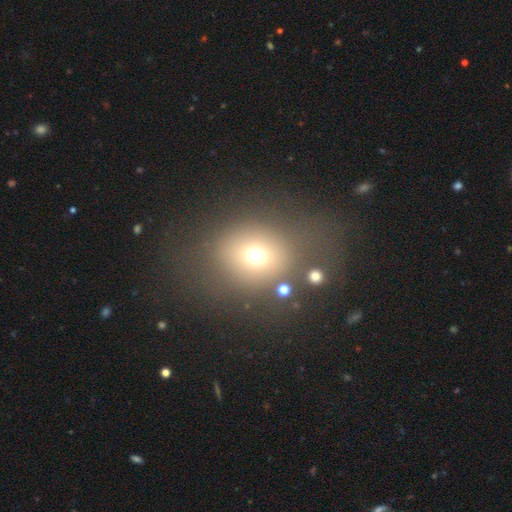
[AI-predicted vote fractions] A smooth galaxy with no disk features (69%) that is round (74%). Merging: none (68%).